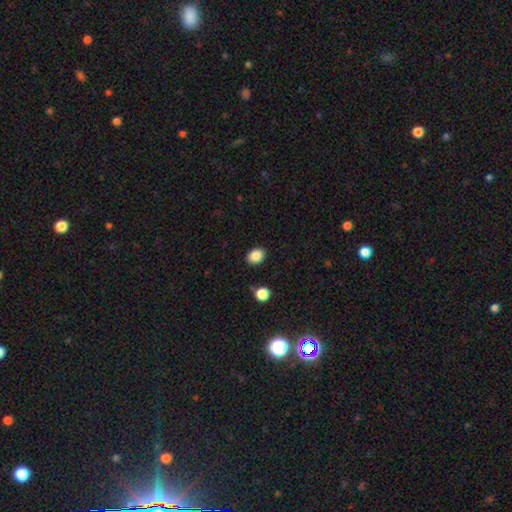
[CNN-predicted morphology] A smooth galaxy with no disk features (87%) that is in between round and cigar-shaped (60%). Merging: none (87%).